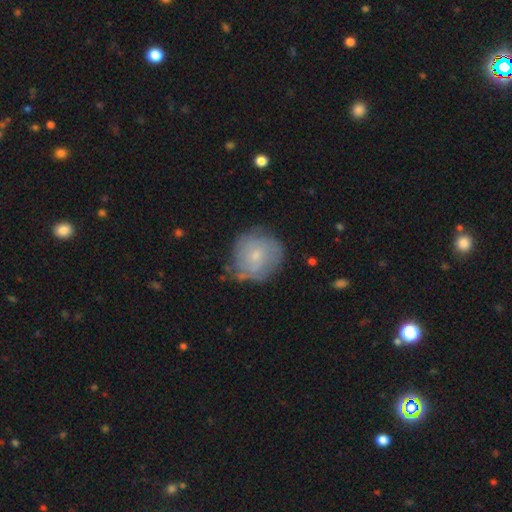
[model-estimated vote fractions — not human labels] Smooth or featured: featured or disk — 52% (smooth — 41%)
Edge-on disk: no — 98% (yes — 2%)
Bar: no — 71% (weak — 26%)
Spiral arms: yes — 76% (no — 24%)
Bulge size: small — 69% (moderate — 23%)
Merging: none — 66% (minor disturbance — 24%)